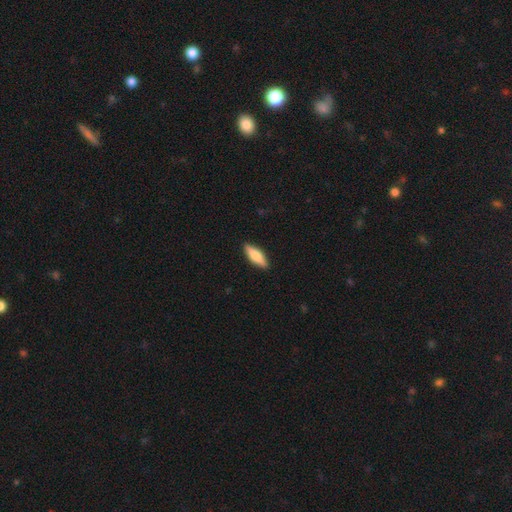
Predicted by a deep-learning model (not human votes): smooth-or-featured: smooth: 70% | featured or disk: 24% | star or artifact: 5%
  how-rounded: cigar-shaped: 50% | in between: 48% | round: 2%
  merging: none: 90% | minor disturbance: 8% | major disturbance: 2% | merger: 1%